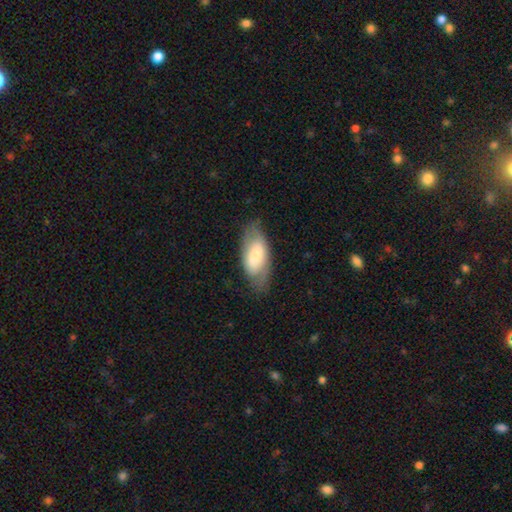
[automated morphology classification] smooth_or_featured: smooth (p=0.59) [alt: featured or disk p=0.34]
how_rounded: in between (p=0.91) [alt: cigar-shaped p=0.07]
merging: none (p=0.66) [alt: minor disturbance p=0.24]